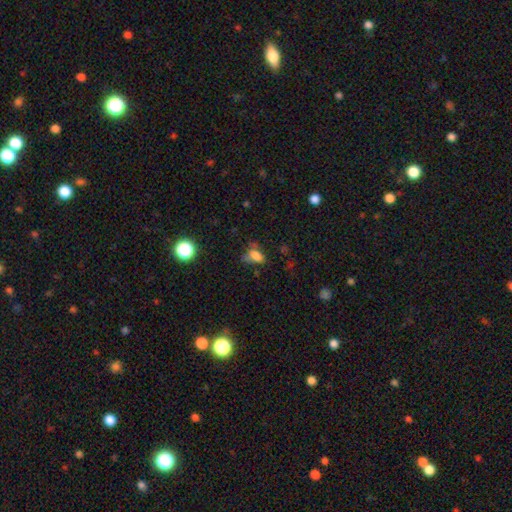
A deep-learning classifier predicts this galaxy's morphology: Smooth or featured: smooth — 73% (star or artifact — 15%)
How rounded: in between — 84% (round — 11%)
Merging: none — 42% (minor disturbance — 30%)